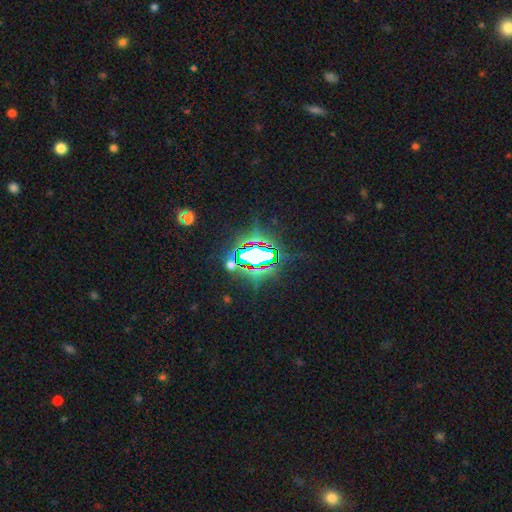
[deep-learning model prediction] smooth_or_featured: star or artifact (p=0.75) [alt: smooth p=0.14]